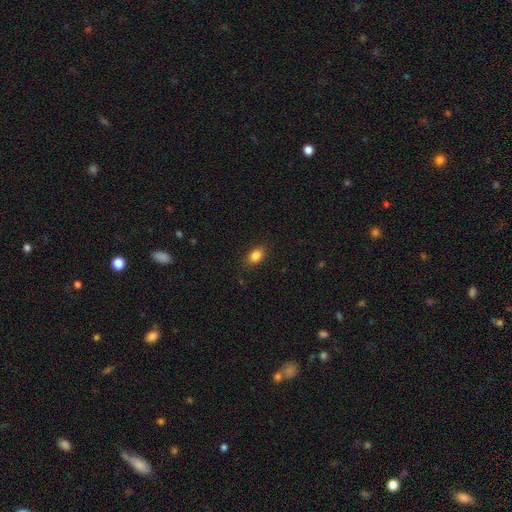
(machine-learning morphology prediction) A smooth galaxy with no disk features (86%) that is in between round and cigar-shaped (82%). Merging: none (87%).